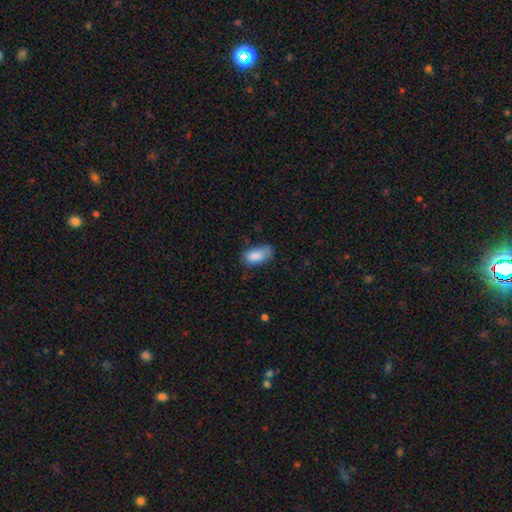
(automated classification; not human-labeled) Q: Smooth or featured?
A: smooth (86%); runner-up: star or artifact (8%)
Q: How rounded?
A: in between (91%); runner-up: cigar-shaped (6%)
Q: Merging?
A: none (57%); runner-up: minor disturbance (32%)